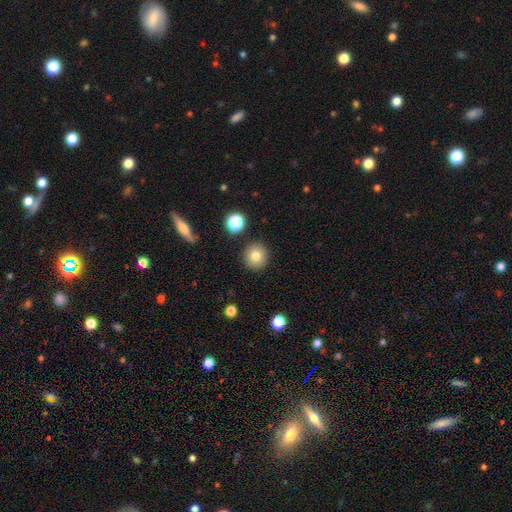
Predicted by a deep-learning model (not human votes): smooth-or-featured: smooth: 80% | star or artifact: 11% | featured or disk: 9%
  how-rounded: round: 94% | in between: 5% | cigar-shaped: 1%
  merging: none: 90% | minor disturbance: 6% | merger: 2% | major disturbance: 2%